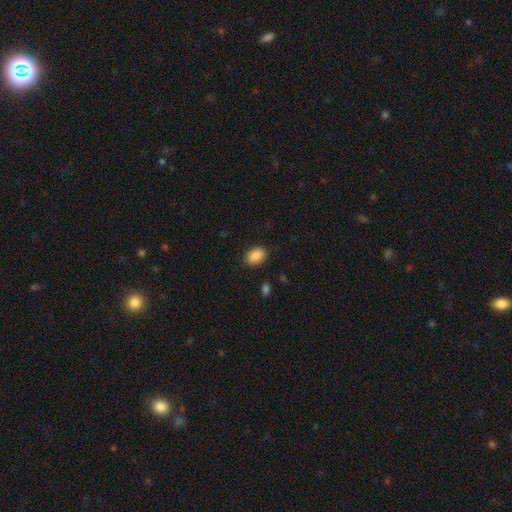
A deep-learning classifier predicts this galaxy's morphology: Overall: smooth (88%). How rounded: in between (78%). Merging: none (86%).